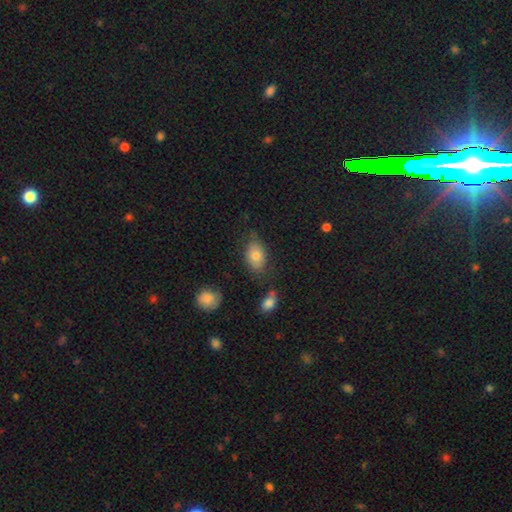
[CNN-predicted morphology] This appears to be a smooth galaxy with no disk features (77%) that is in between round and cigar-shaped (84%). Merging: none (66%).